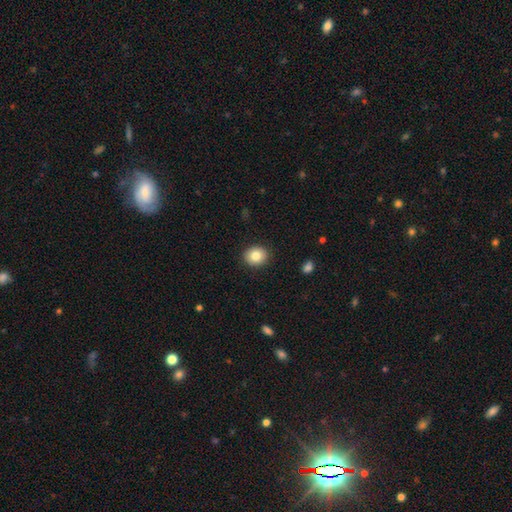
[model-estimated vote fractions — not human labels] Smooth or featured? smooth (83%)
How rounded? round (69%)
Merging? none (90%)